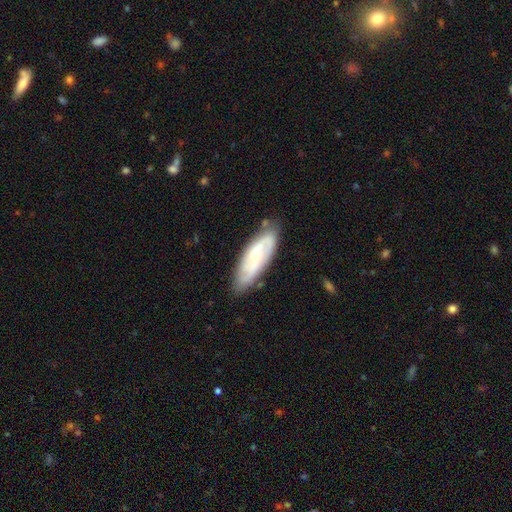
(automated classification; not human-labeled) smooth_or_featured: featured or disk (p=0.67) [alt: smooth p=0.27]
disk_edge_on: no (p=0.86) [alt: yes p=0.14]
bar: no (p=0.47) [alt: weak p=0.41]
has_spiral_arms: yes (p=0.89) [alt: no p=0.11]
spiral_winding: medium (p=0.42) [alt: tight p=0.32]
spiral_arm_count: 2 (p=0.65) [alt: can't tell p=0.22]
bulge_size: small (p=0.49) [alt: moderate p=0.43]
merging: none (p=0.77) [alt: minor disturbance p=0.17]